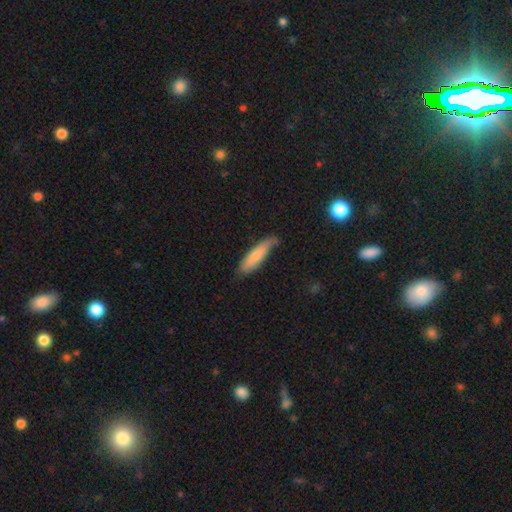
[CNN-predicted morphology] This is likely a smooth galaxy (76%). How rounded: likely cigar-shaped (72%). Merging: likely none (66%).